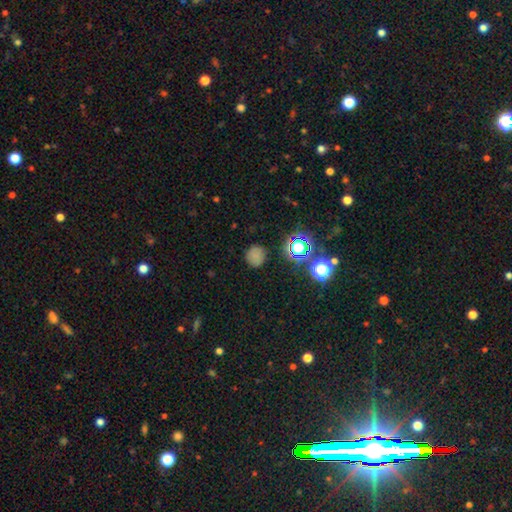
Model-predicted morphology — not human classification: smooth_or_featured: smooth (p=0.70) [alt: star or artifact p=0.23]
how_rounded: round (p=0.88) [alt: in between p=0.11]
merging: none (p=0.84) [alt: minor disturbance p=0.11]